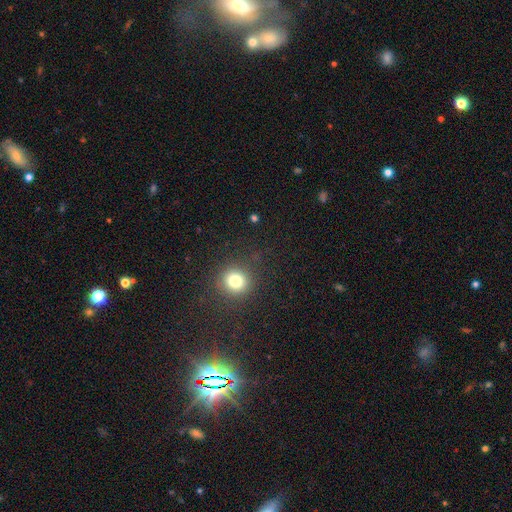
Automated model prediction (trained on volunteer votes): This appears to be a star or artifact, not a galaxy (48%).